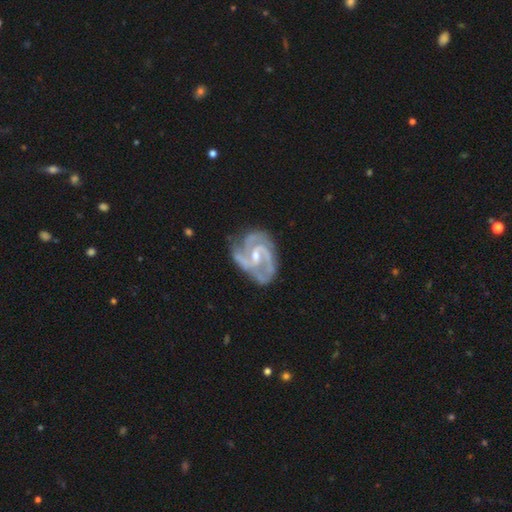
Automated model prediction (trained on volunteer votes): featured or disk 93%, star or artifact 4%, smooth 3%. Down the decision tree: edge-on disk — no (98%); bar — weak (46%); spiral arms — yes (99%); spiral arm count — 3 (43%); spiral winding — medium (55%); bulge size — small (55%); merging — none (66%).